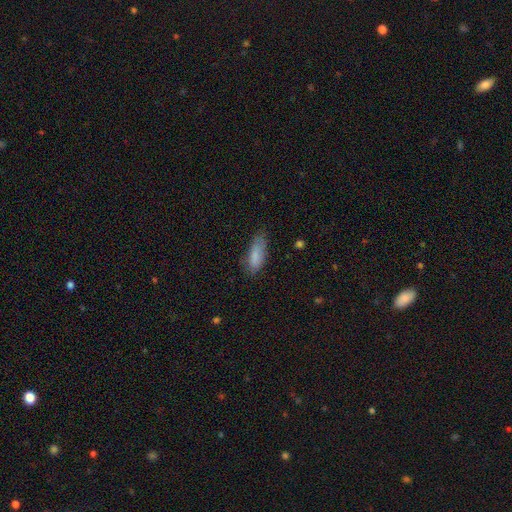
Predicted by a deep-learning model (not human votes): Morphology: type=smooth (83%); roundness=in between (69%); merging=none (66%).